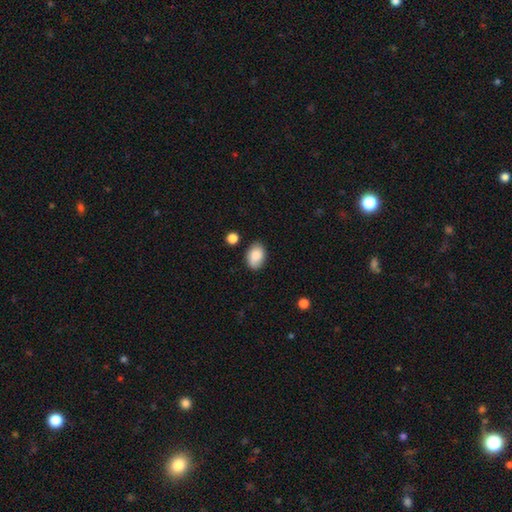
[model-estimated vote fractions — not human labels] Smooth or featured? Predicted: smooth (p=0.85). How rounded? Predicted: in between (p=0.85). Merging? Predicted: none (p=0.79).